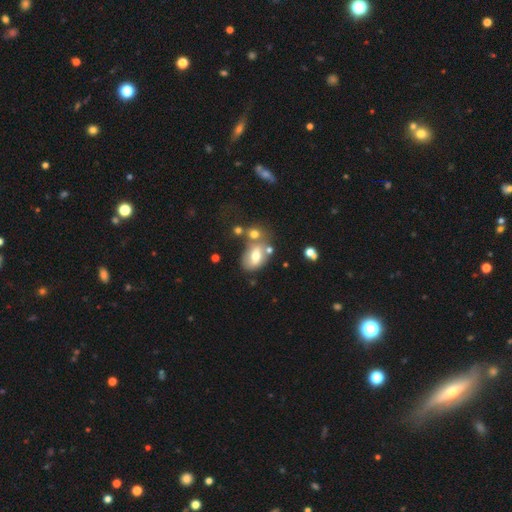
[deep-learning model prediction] smooth_or_featured: smooth (p=0.60) [alt: featured or disk p=0.30]
how_rounded: in between (p=0.83) [alt: round p=0.15]
merging: none (p=0.44) [alt: merger p=0.29]